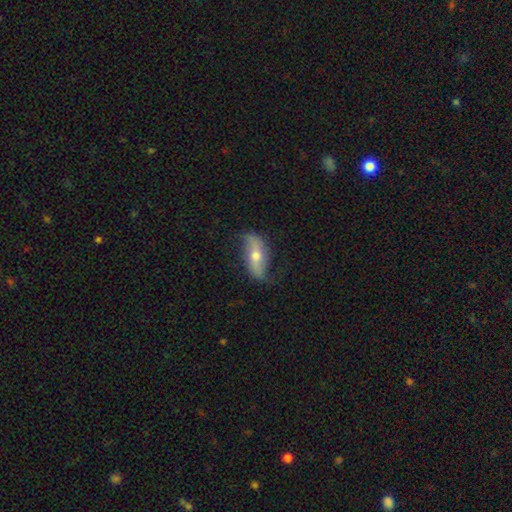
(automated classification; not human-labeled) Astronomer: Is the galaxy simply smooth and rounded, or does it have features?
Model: featured or disk — 68%.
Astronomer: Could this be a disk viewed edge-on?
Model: no — 79%.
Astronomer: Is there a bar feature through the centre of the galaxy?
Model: no — 43% (runner-up: strong, 30%).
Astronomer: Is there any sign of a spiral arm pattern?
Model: yes — 83%.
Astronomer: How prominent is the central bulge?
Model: moderate — 61%.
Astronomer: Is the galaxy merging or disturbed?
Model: none — 72%.